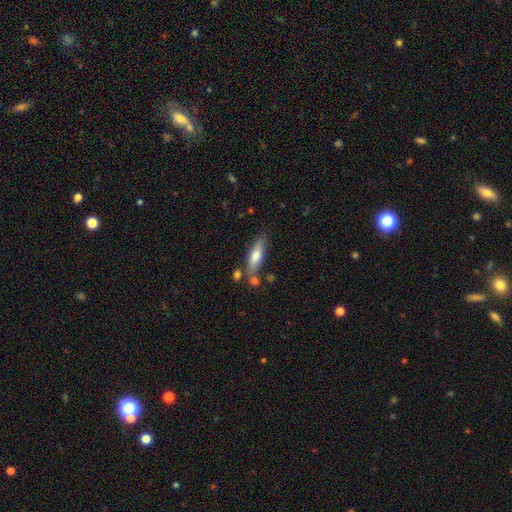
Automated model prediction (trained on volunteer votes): Morphology: type=smooth (67%); roundness=cigar-shaped (54%); merging=none (65%).